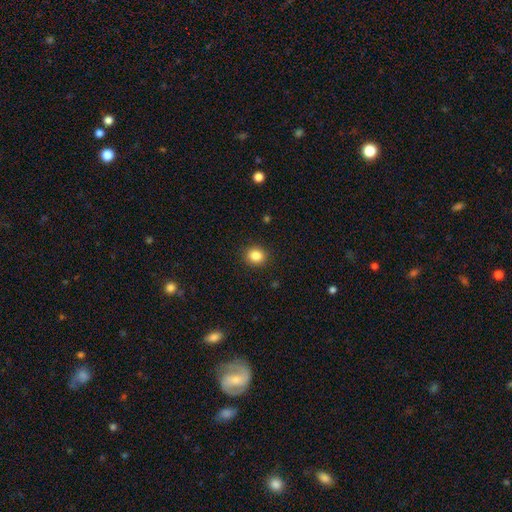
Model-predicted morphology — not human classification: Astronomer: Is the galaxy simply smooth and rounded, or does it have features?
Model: smooth — 85%.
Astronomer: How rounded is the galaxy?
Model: round — 77%.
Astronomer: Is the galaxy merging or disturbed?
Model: none — 91%.